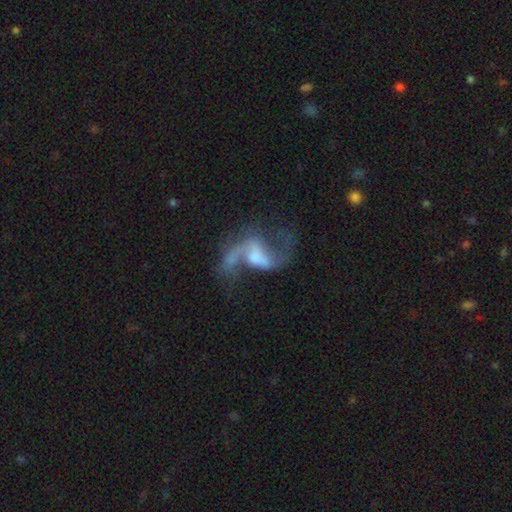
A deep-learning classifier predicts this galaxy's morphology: A featured or disk galaxy (81%) with a weak bar (44%), 2 (86%) loose (77%) spiral arms (88%) and a moderate central bulge (30%). Merging: none (39%).